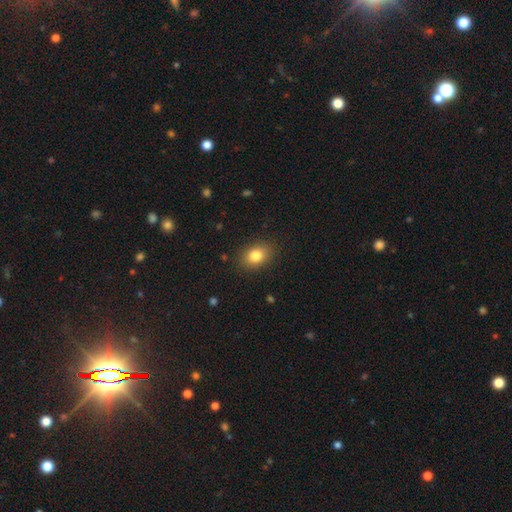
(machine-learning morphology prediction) Smooth or featured? smooth (83%)
How rounded? in between (69%)
Merging? none (87%)